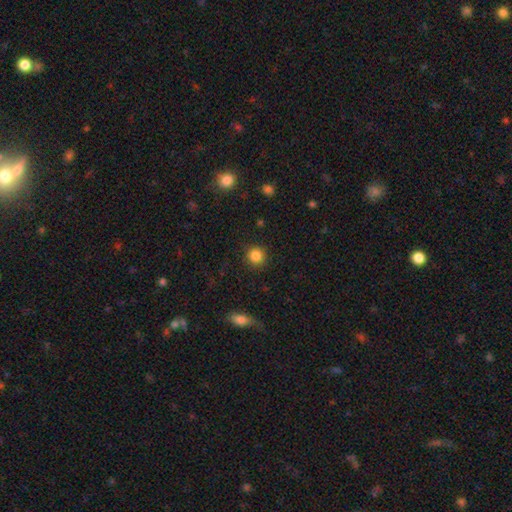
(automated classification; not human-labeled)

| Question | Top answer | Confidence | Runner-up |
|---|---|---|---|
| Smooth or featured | smooth | 86% | star or artifact (10%) |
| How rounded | round | 92% | in between (7%) |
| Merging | none | 90% | minor disturbance (6%) |